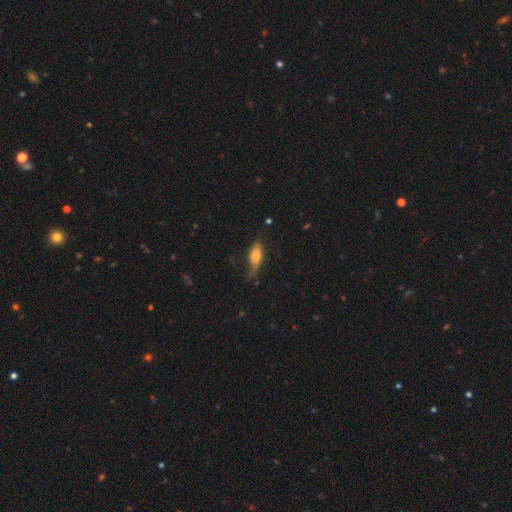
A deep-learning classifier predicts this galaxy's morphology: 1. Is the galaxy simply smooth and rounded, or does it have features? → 71% smooth, 22% featured or disk, 7% star or artifact.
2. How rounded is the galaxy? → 68% in between, 29% cigar-shaped, 3% round.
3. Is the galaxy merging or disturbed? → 53% none, 33% minor disturbance, 11% major disturbance, 2% merger.